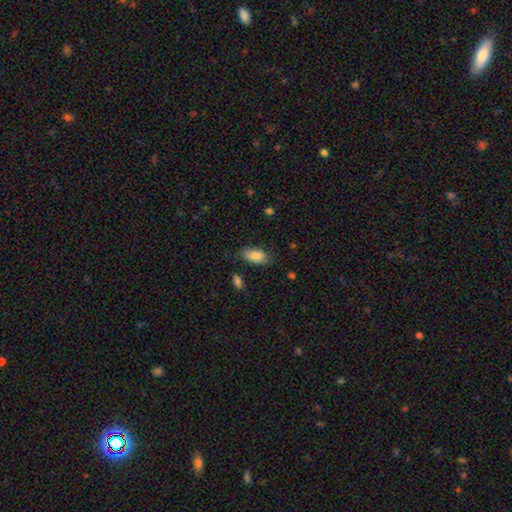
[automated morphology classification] smooth 83%, featured or disk 10%, star or artifact 7%. Down the decision tree: how rounded — in between (91%); merging — none (72%).